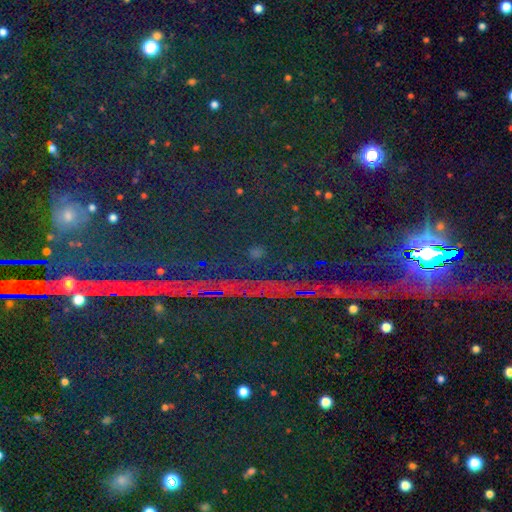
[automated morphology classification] This appears to be a star or artifact, not a galaxy (83%).